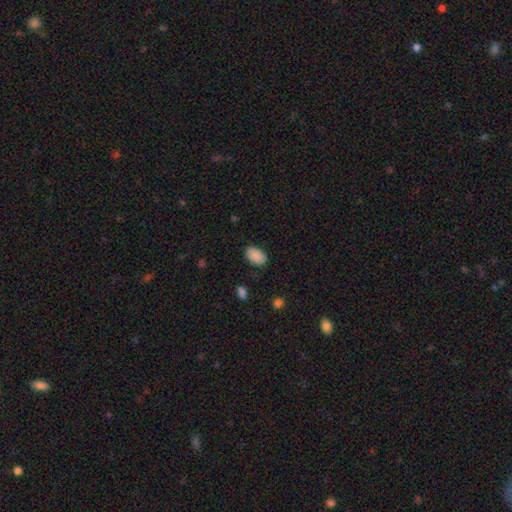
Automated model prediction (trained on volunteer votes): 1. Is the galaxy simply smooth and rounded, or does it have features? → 89% smooth, 7% star or artifact, 3% featured or disk.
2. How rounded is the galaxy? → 92% in between, 6% round, 1% cigar-shaped.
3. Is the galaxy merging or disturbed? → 86% none, 11% minor disturbance, 3% major disturbance, 1% merger.